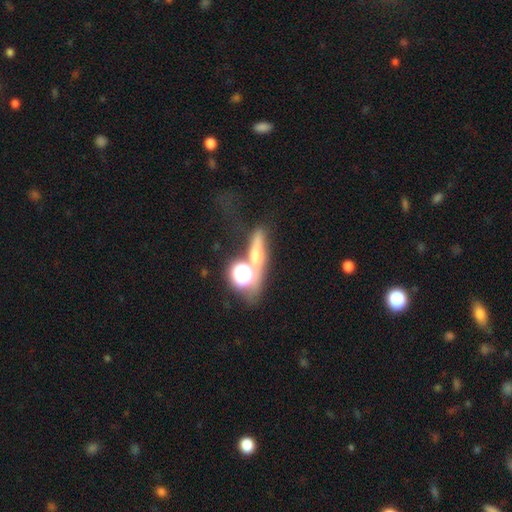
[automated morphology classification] Smooth or featured?
  - smooth: 44% *
  - star or artifact: 30%
  - featured or disk: 26%
Merging?
  - none: 51% *
  - merger: 22%
  - minor disturbance: 15%
  - major disturbance: 12%